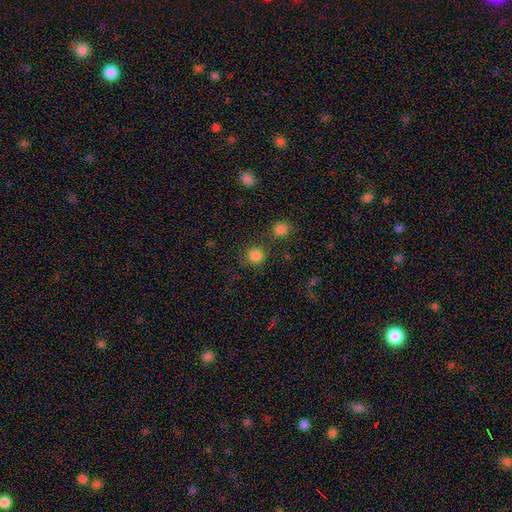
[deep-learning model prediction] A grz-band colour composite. It shows a smooth galaxy with no disk features (83%) that is round (93%). Merging: none (78%).